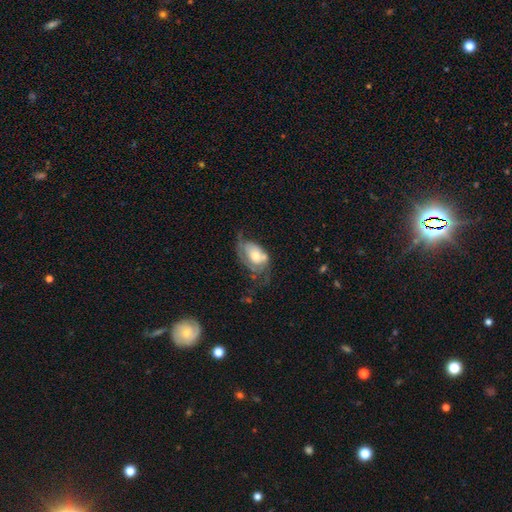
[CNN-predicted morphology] A featured or disk galaxy (58%) with no bar (75%), spiral arms (63%) and a moderate central bulge (59%).

Vote fractions:
- Smooth or featured? featured or disk: 58% / smooth: 35% / star or artifact: 8%
- Edge-on disk? no: 95% / yes: 5%
- Bar? no: 75% / weak: 20% / strong: 5%
- Spiral arms? yes: 63% / no: 37%
- Bulge size? moderate: 59% / small: 23% / large: 13% / none: 3% / dominant: 2%
- Merging? major disturbance: 39% / none: 27% / minor disturbance: 26% / merger: 8%